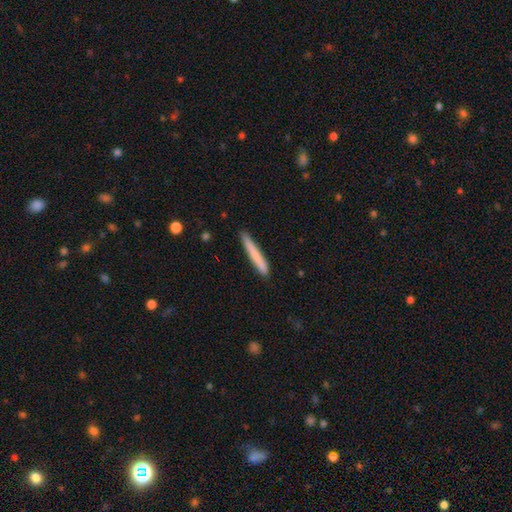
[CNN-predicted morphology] A smooth galaxy with no disk features (76%) that is cigar-shaped (97%). Merging: none (88%).